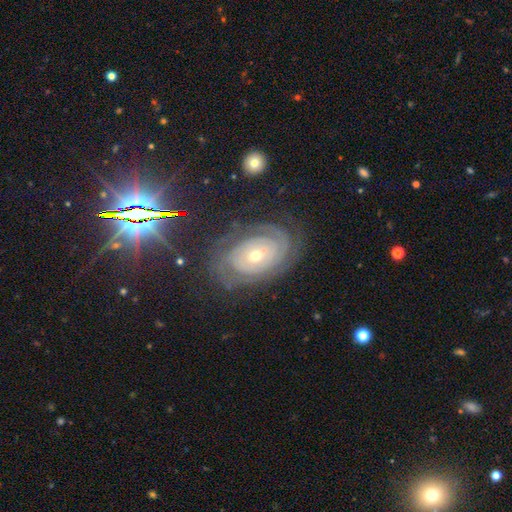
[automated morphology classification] Overall: featured or disk (83%). Edge-on disk: no (96%). Bar: no (69%). Spiral arms: yes (93%). Spiral arm count: can't tell (39%; 2 27%). Spiral winding: tight (83%). Bulge size: small (52%; moderate 44%). Merging: none (75%).